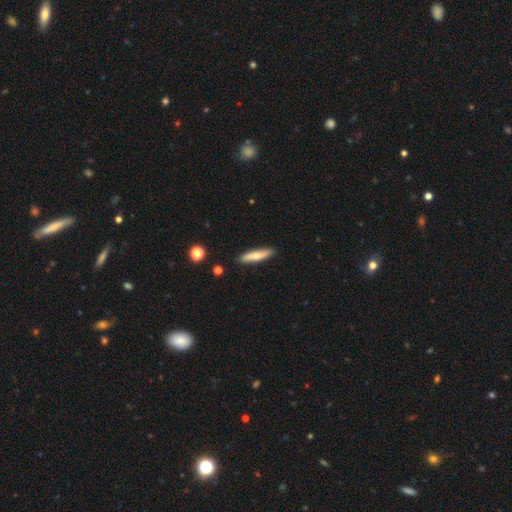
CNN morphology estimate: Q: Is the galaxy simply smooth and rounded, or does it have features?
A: smooth — 65%.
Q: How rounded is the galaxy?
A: cigar-shaped — 83%.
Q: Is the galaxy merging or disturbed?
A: none — 88%.